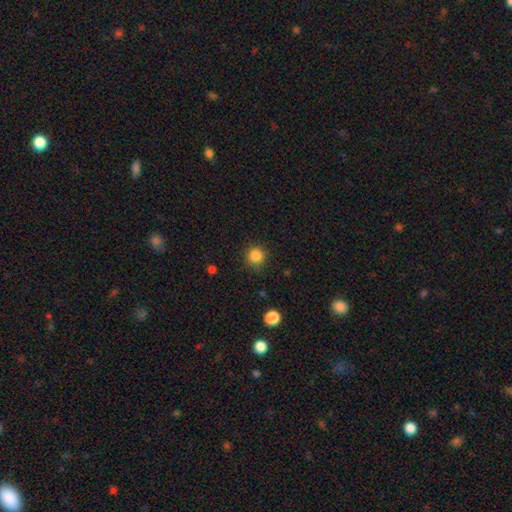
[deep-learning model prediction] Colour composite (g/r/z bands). It shows a smooth galaxy with no disk features (85%) that is round (94%). Merging: none (88%).